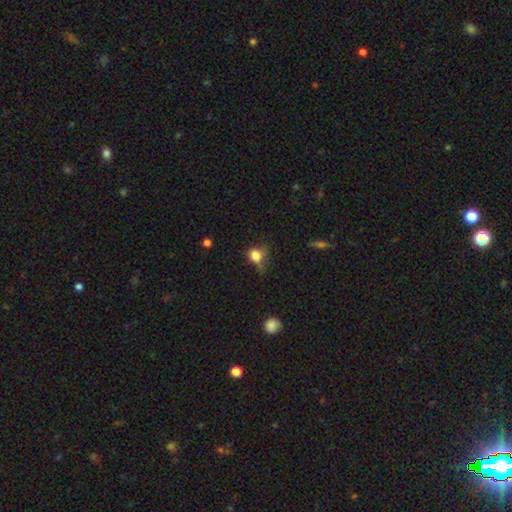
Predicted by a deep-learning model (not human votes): This appears to be a smooth galaxy with no disk features (78%) that is round (55%). Merging: none (36%).